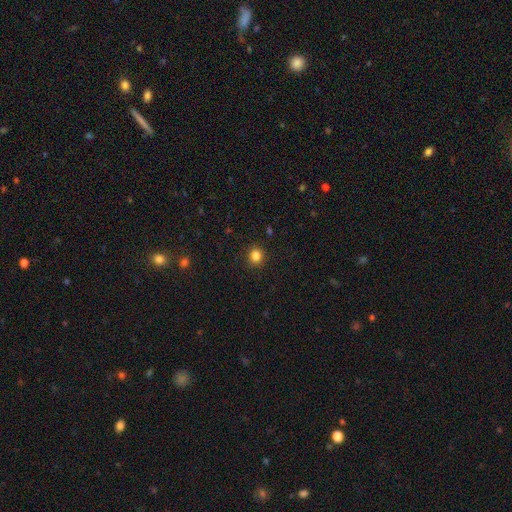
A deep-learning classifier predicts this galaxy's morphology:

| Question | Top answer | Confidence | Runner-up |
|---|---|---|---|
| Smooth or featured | smooth | 84% | star or artifact (12%) |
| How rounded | round | 82% | in between (17%) |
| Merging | none | 90% | minor disturbance (6%) |